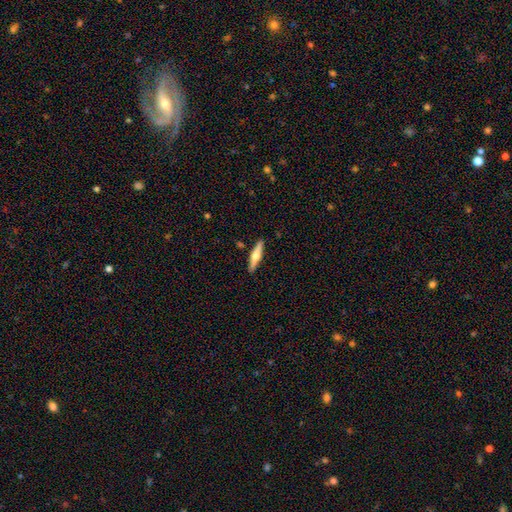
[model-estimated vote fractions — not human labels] Morphology: type=featured or disk (57%); edge-on=yes (97%); edge-on bulge=rounded (92%); merging=none (90%).